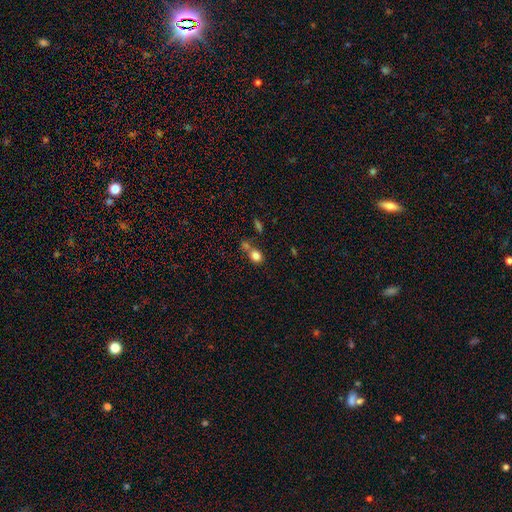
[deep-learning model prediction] smooth-or-featured: smooth: 81% | star or artifact: 11% | featured or disk: 8%
  how-rounded: round: 59% | in between: 39% | cigar-shaped: 2%
  merging: none: 49% | merger: 32% | minor disturbance: 13% | major disturbance: 7%